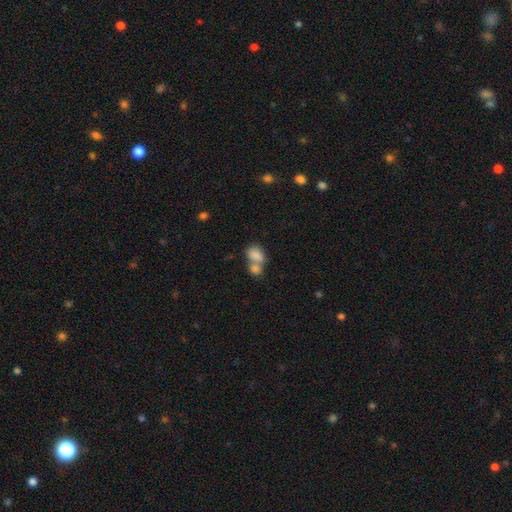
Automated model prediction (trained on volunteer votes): Morphology: type=smooth (81%); roundness=in between (79%); merging=merger (66%).